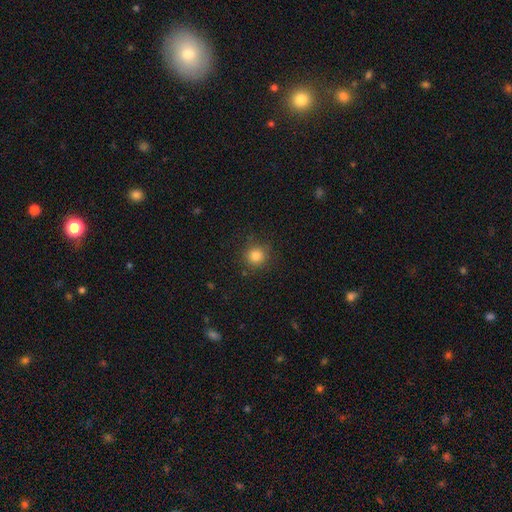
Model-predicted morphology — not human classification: Overall: smooth (83%). How rounded: round (93%). Merging: none (87%).